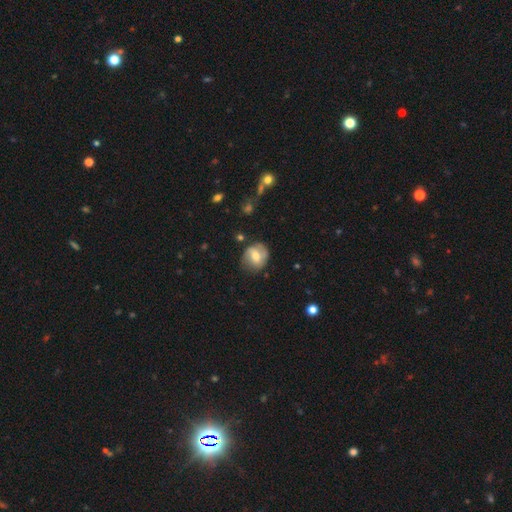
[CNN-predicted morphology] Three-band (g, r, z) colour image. It shows a featured or disk galaxy (48%). Merging: none (71%).